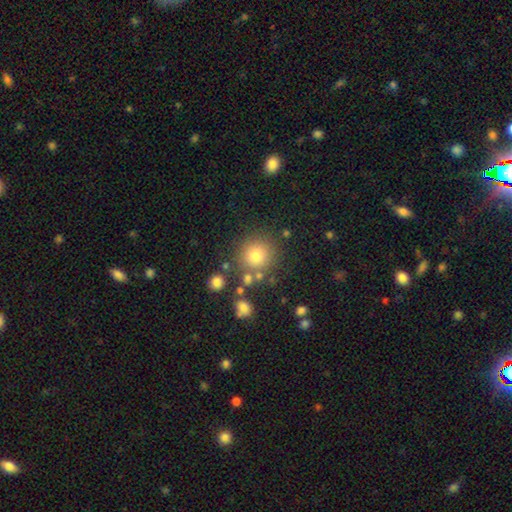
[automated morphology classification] type=smooth (78%); roundness=round (93%); merging=none (80%).